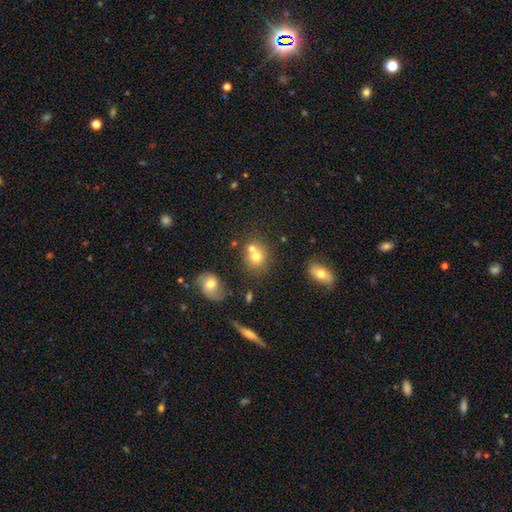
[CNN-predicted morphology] smooth 68%, featured or disk 17%, star or artifact 15%. Down the decision tree: how rounded — round (74%); merging — none (44%).